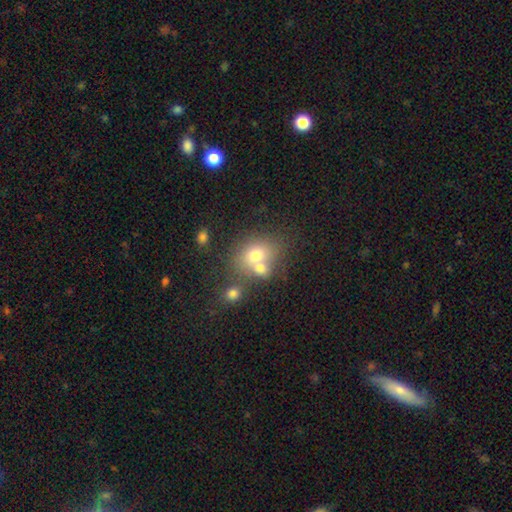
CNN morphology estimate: This is likely a smooth galaxy (67%). How rounded: possibly round (50%). Merging: marginally merger (44%).